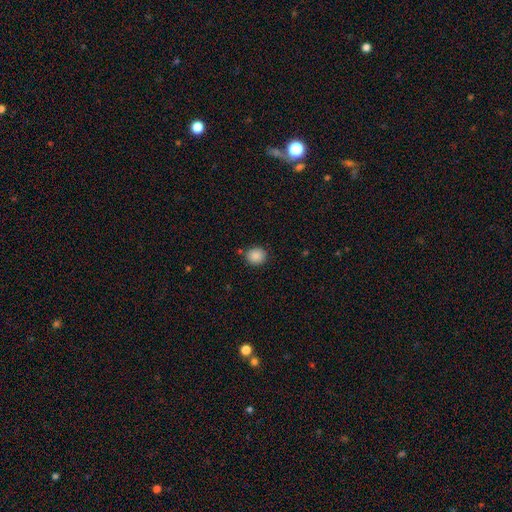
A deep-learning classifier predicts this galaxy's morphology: Q: Smooth or featured?
A: smooth (88%); runner-up: star or artifact (9%)
Q: How rounded?
A: round (84%); runner-up: in between (15%)
Q: Merging?
A: none (81%); runner-up: minor disturbance (11%)